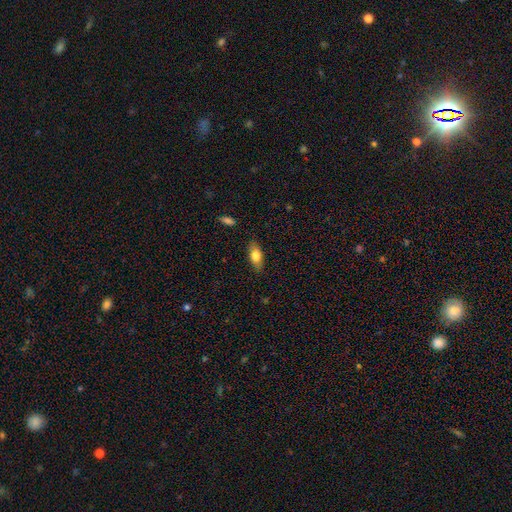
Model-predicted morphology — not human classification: Smooth or featured?
  - smooth: 74% *
  - featured or disk: 19%
  - star or artifact: 7%
How rounded?
  - in between: 77% *
  - cigar-shaped: 19%
  - round: 4%
Merging?
  - none: 84% *
  - minor disturbance: 12%
  - major disturbance: 3%
  - merger: 1%